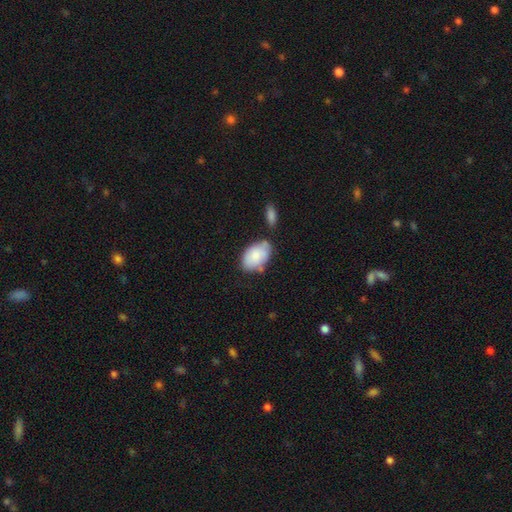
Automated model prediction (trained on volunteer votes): Q: Smooth or featured?
A: smooth (80%); runner-up: featured or disk (14%)
Q: How rounded?
A: in between (91%); runner-up: round (8%)
Q: Merging?
A: none (54%); runner-up: minor disturbance (25%)